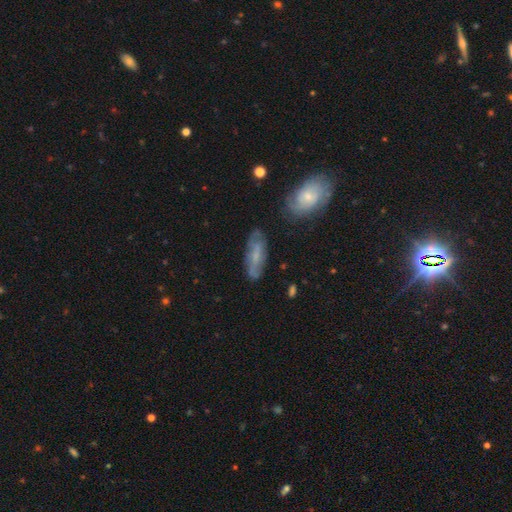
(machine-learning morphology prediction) Smooth or featured? featured or disk (46%, tied with smooth)
Merging? none (71%)